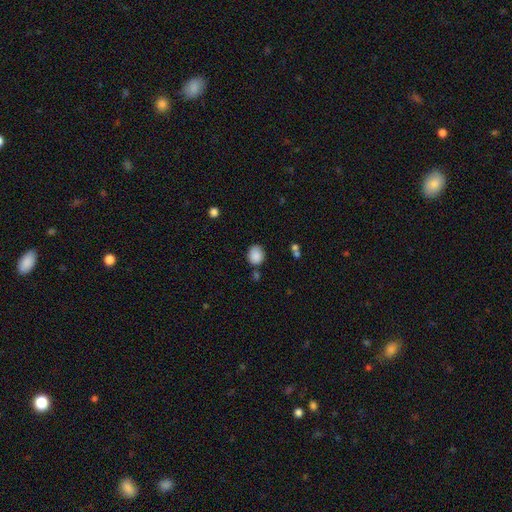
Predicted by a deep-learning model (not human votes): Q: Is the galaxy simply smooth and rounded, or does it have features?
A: smooth — 87%.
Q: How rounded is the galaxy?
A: round — 68%.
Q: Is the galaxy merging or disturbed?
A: none — 75%.